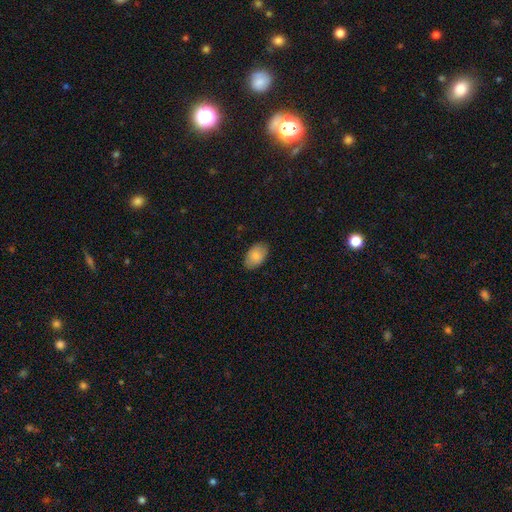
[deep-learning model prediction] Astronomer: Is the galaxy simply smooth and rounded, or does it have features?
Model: smooth — 86%.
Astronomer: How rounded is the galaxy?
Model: in between — 92%.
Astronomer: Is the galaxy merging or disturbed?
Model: none — 85%.